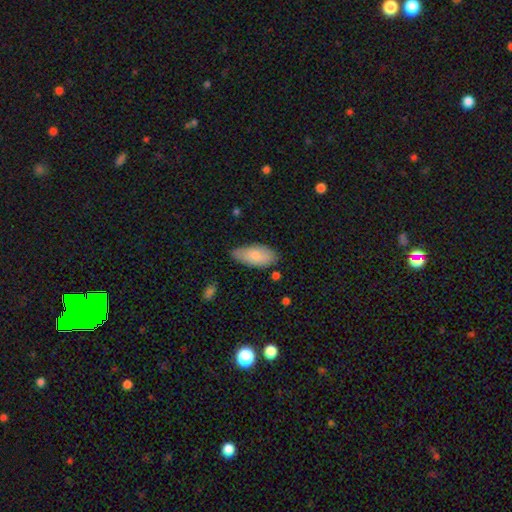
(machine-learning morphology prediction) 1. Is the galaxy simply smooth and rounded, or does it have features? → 79% smooth, 15% featured or disk, 6% star or artifact.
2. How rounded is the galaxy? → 91% in between, 7% cigar-shaped, 2% round.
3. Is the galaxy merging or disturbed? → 73% none, 22% minor disturbance, 3% major disturbance, 2% merger.